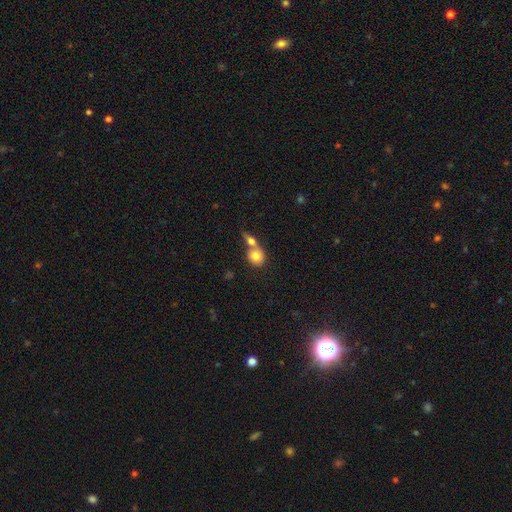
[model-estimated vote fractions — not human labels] Morphology: type=smooth (79%); roundness=round (74%); merging=merger (58%).